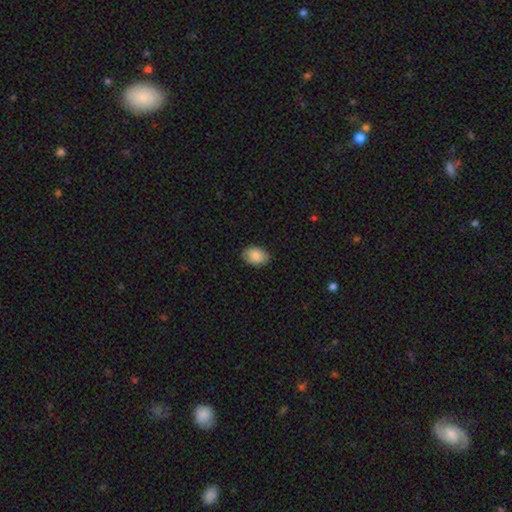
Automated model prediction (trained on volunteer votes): The model was most divided on "how rounded": in between: 83%, round: 16%, cigar-shaped: 1%. More confident: smooth or featured — smooth (86%); merging — none (85%).